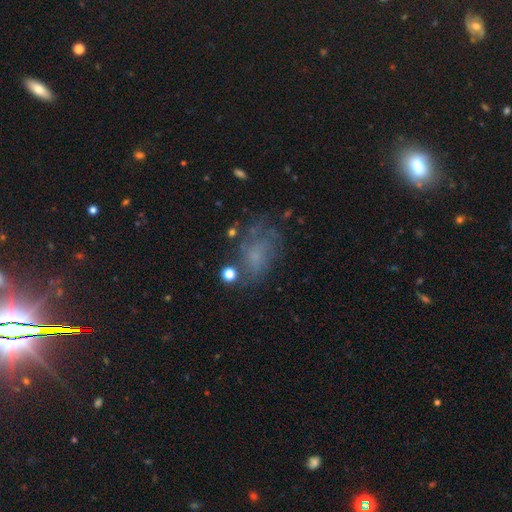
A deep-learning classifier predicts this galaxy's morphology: This is marginally a featured or disk galaxy (43%). Merging: possibly none (51%).